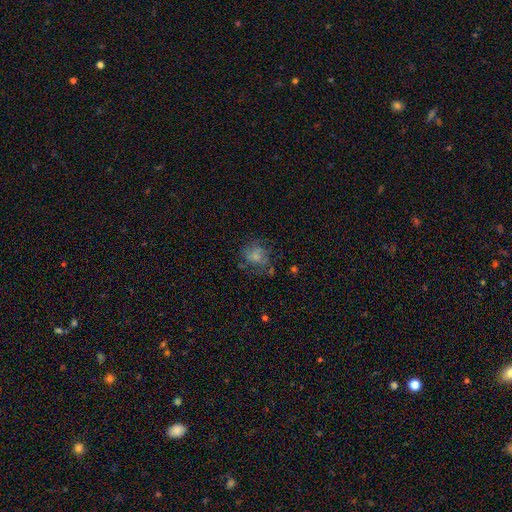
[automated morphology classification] A smooth galaxy with no disk features (59%) that is round (60%). Merging: none (49%).